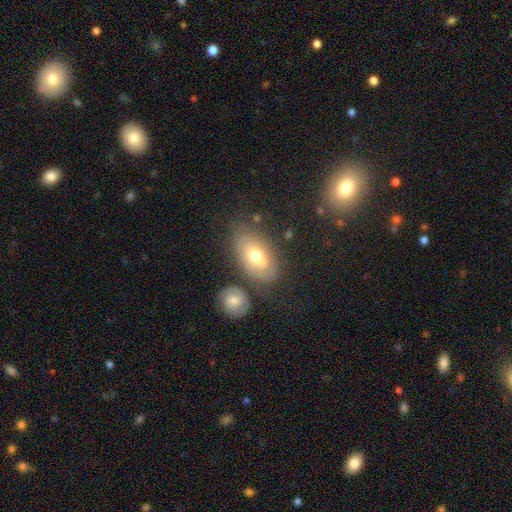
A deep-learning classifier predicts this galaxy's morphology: smooth 60%, featured or disk 32%, star or artifact 8%. Down the decision tree: how rounded — in between (89%); merging — none (64%).